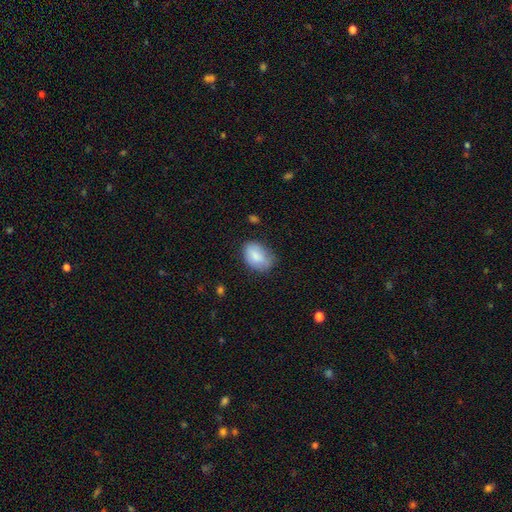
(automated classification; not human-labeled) smooth-or-featured: smooth: 84% | featured or disk: 9% | star or artifact: 7%
  how-rounded: in between: 87% | round: 11% | cigar-shaped: 1%
  merging: none: 64% | minor disturbance: 29% | major disturbance: 6% | merger: 2%